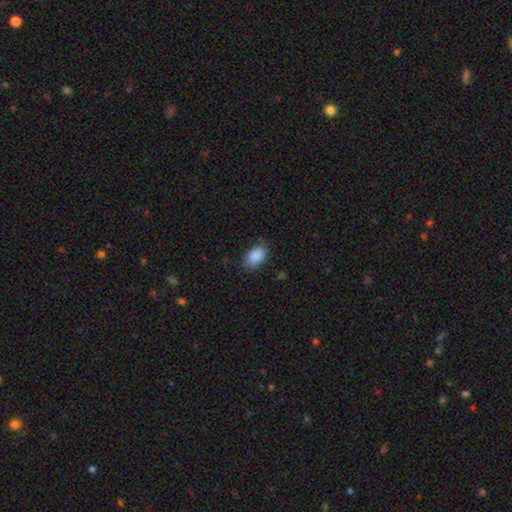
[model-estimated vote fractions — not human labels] smooth_or_featured: smooth (p=0.89) [alt: star or artifact p=0.07]
how_rounded: in between (p=0.90) [alt: round p=0.08]
merging: none (p=0.80) [alt: minor disturbance p=0.16]